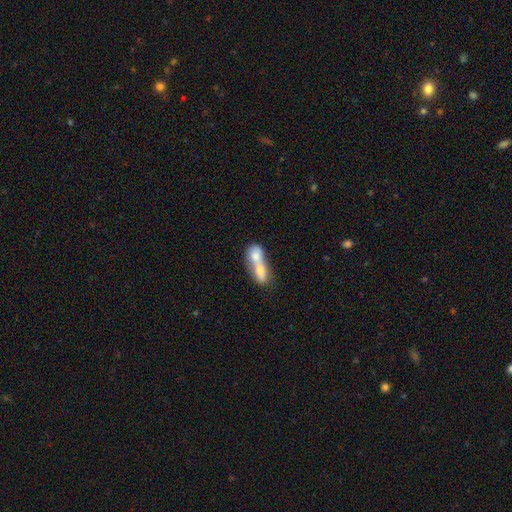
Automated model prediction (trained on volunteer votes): The model was most divided on "smooth or featured": smooth: 65%, featured or disk: 28%, star or artifact: 7%. More confident: merging — merger (79%); how rounded — in between (65%).